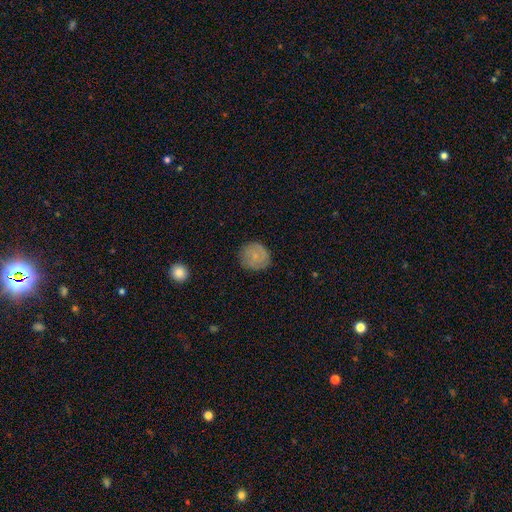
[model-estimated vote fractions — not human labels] A smooth galaxy with no disk features (66%) that is round (87%).

Vote fractions:
- Smooth or featured? smooth: 66% / featured or disk: 26% / star or artifact: 9%
- How rounded? round: 87% / in between: 12% / cigar-shaped: 1%
- Merging? none: 81% / minor disturbance: 14% / major disturbance: 4% / merger: 1%